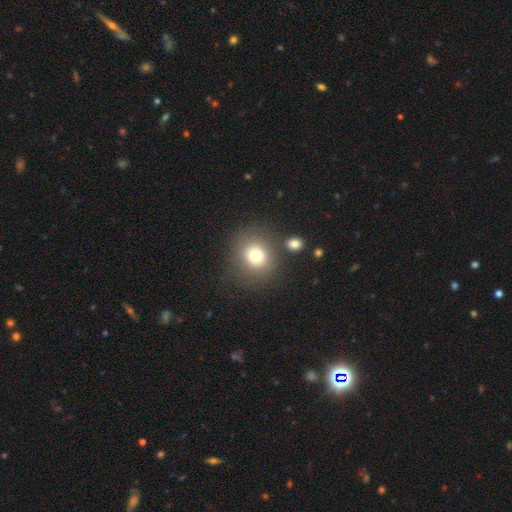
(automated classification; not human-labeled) Smooth or featured? smooth (75%)
How rounded? round (79%)
Merging? none (76%)